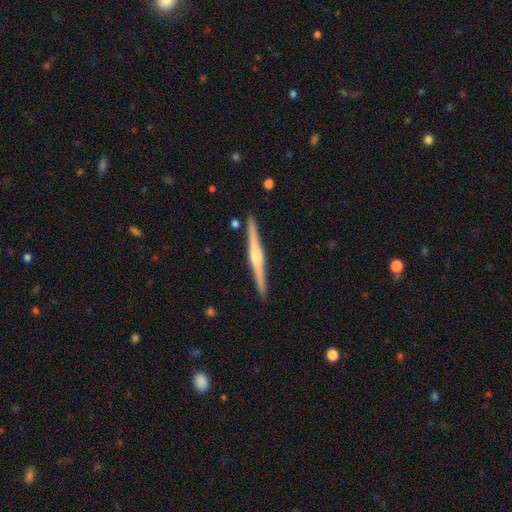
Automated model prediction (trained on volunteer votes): The model was most divided on "smooth or featured": featured or disk: 77%, smooth: 18%, star or artifact: 5%. More confident: edge-on disk — yes (98%); merging — none (91%); edge-on bulge — rounded (78%).